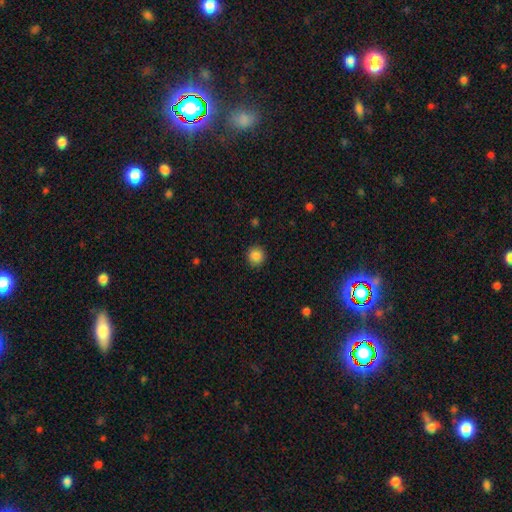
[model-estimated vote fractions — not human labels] This is clearly a smooth galaxy (87%). How rounded: clearly round (91%). Merging: clearly none (91%).